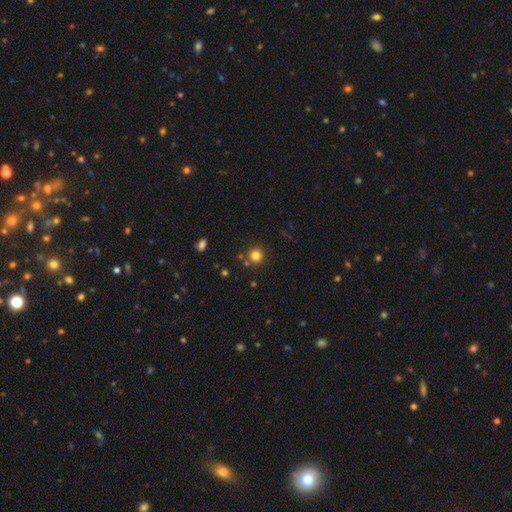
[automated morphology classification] Smooth or featured?
  - smooth: 80% *
  - star or artifact: 15%
  - featured or disk: 6%
How rounded?
  - round: 93% *
  - in between: 6%
  - cigar-shaped: 1%
Merging?
  - none: 80% *
  - merger: 9%
  - minor disturbance: 8%
  - major disturbance: 3%